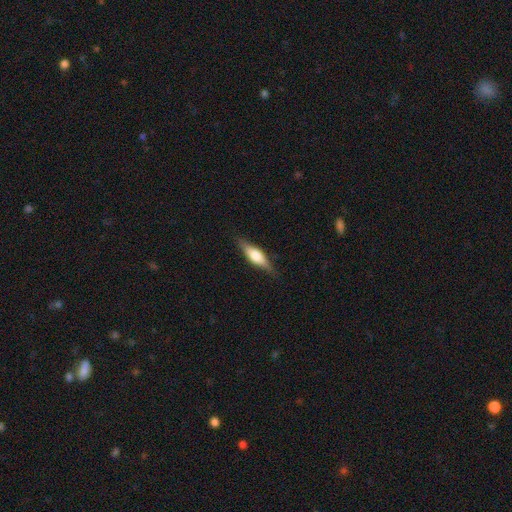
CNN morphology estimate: A featured or disk galaxy (51%) viewed edge-on (92%). Merging: none (83%).